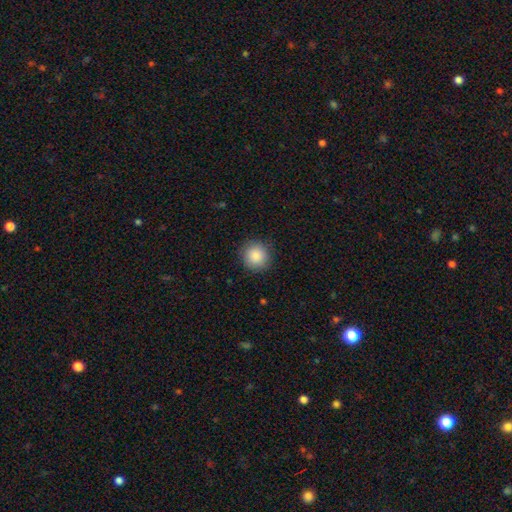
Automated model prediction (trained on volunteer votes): This is clearly a smooth galaxy (87%). How rounded: clearly round (93%). Merging: clearly none (89%).